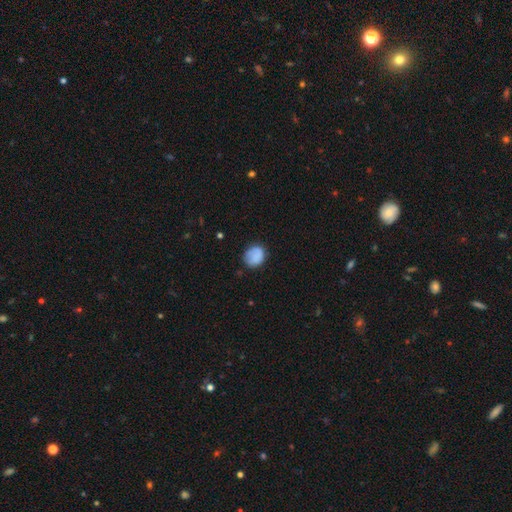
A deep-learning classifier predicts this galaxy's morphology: This is clearly a smooth galaxy (80%). How rounded: likely round (68%). Merging: likely none (70%).